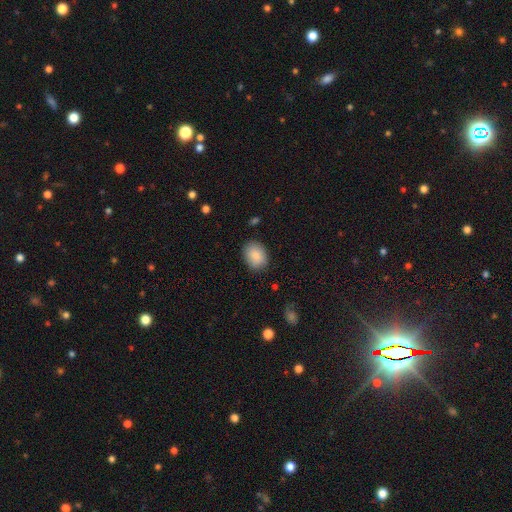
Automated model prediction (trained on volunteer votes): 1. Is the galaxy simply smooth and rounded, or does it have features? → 87% smooth, 7% star or artifact, 6% featured or disk.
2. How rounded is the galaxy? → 65% in between, 34% round, 1% cigar-shaped.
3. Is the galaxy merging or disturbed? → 83% none, 12% minor disturbance, 3% major disturbance, 1% merger.